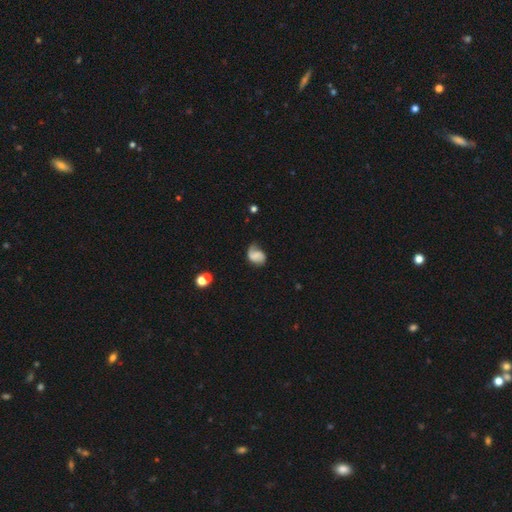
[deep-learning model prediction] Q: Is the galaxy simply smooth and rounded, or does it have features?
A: featured or disk — 49%.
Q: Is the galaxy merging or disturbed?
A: none — 47%.